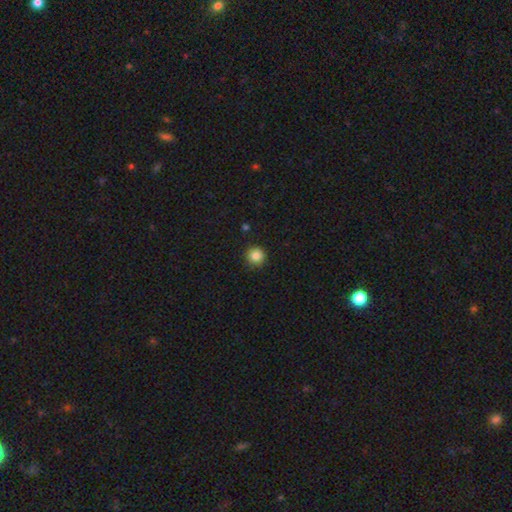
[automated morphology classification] Smooth or featured?
  - smooth: 85% *
  - star or artifact: 11%
  - featured or disk: 4%
How rounded?
  - round: 95% *
  - in between: 4%
  - cigar-shaped: 1%
Merging?
  - none: 92% *
  - minor disturbance: 5%
  - major disturbance: 2%
  - merger: 1%